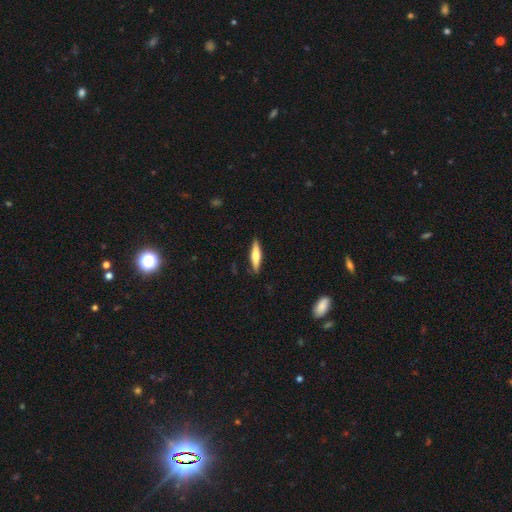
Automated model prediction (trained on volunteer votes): Smooth or featured? Predicted: smooth (p=0.54). How rounded? Predicted: cigar-shaped (p=0.79). Merging? Predicted: none (p=0.88).